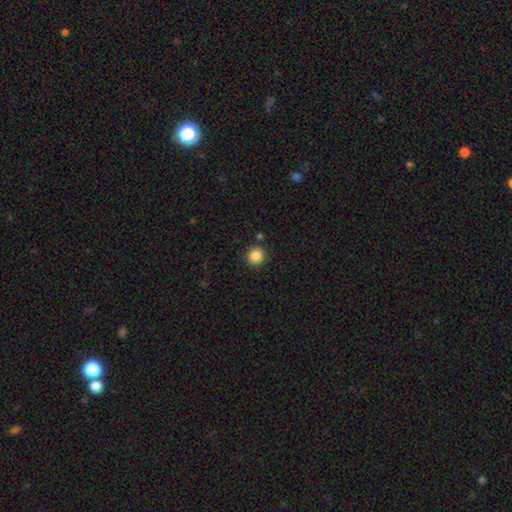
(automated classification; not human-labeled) smooth 86%, star or artifact 10%, featured or disk 4%. Down the decision tree: how rounded — round (93%); merging — none (89%).